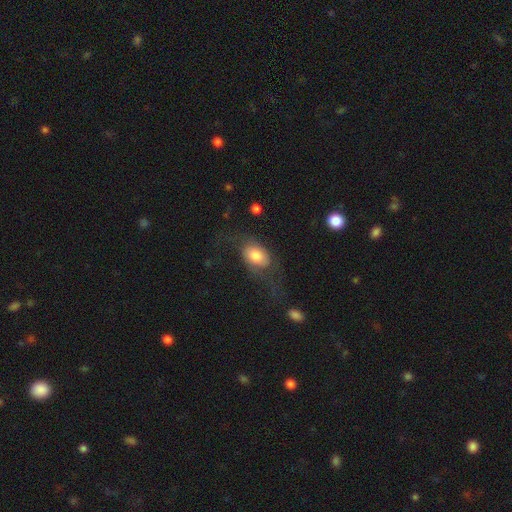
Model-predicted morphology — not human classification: This appears to be a smooth galaxy with no disk features (61%) that is in between round and cigar-shaped (84%). Merging: none (42%).